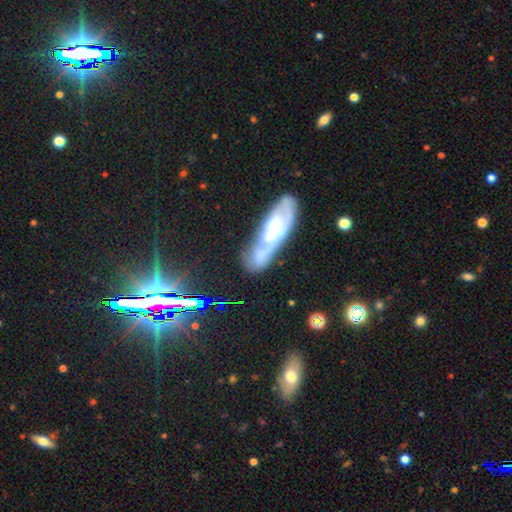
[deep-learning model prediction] smooth_or_featured: featured or disk (p=0.47) [alt: smooth p=0.41]
merging: none (p=0.38) [alt: merger p=0.23]